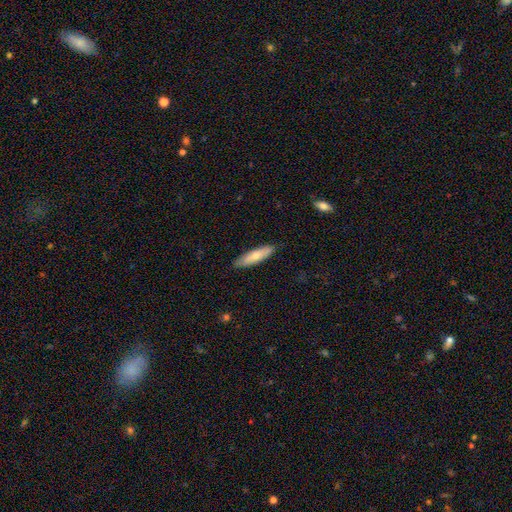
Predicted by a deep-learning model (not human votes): smooth 68%, featured or disk 26%, star or artifact 6%. Down the decision tree: how rounded — cigar-shaped (66%); merging — none (85%).